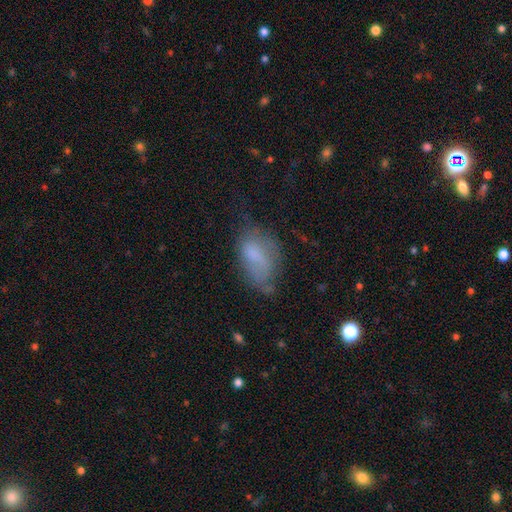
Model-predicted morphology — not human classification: Q: Smooth or featured?
A: smooth (65%); runner-up: featured or disk (25%)
Q: How rounded?
A: in between (91%); runner-up: round (6%)
Q: Merging?
A: none (41%); runner-up: minor disturbance (34%)